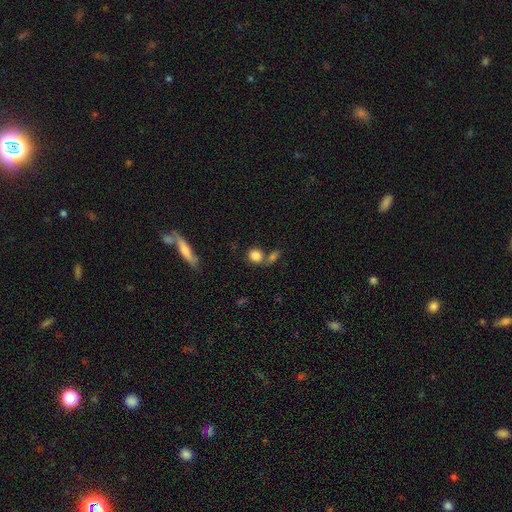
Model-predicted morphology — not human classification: Smooth or featured?
  - smooth: 83% *
  - star or artifact: 9%
  - featured or disk: 7%
How rounded?
  - round: 69% *
  - in between: 28%
  - cigar-shaped: 3%
Merging?
  - none: 52% *
  - merger: 31%
  - minor disturbance: 11%
  - major disturbance: 5%